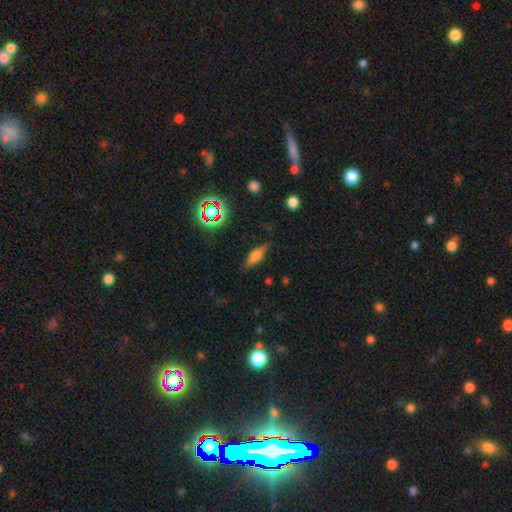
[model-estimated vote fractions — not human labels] A smooth galaxy with no disk features (60%) that is in between round and cigar-shaped (53%).

Vote fractions:
- Smooth or featured? smooth: 60% / featured or disk: 27% / star or artifact: 13%
- How rounded? in between: 53% / cigar-shaped: 43% / round: 4%
- Merging? none: 81% / minor disturbance: 14% / major disturbance: 4% / merger: 2%